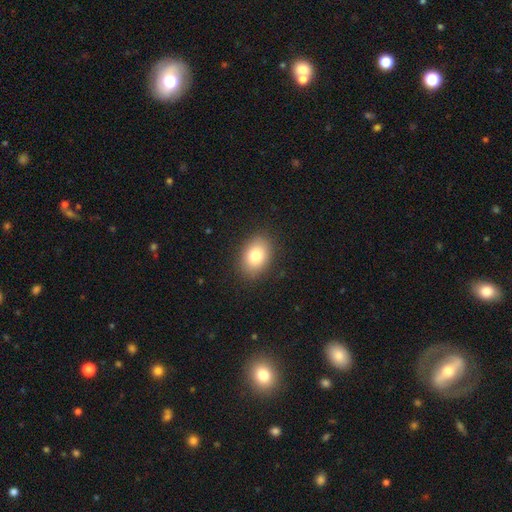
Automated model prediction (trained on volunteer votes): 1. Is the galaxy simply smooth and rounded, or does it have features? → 81% smooth, 10% featured or disk, 9% star or artifact.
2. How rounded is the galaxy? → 76% in between, 23% round, 1% cigar-shaped.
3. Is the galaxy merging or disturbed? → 88% none, 9% minor disturbance, 3% major disturbance, 1% merger.